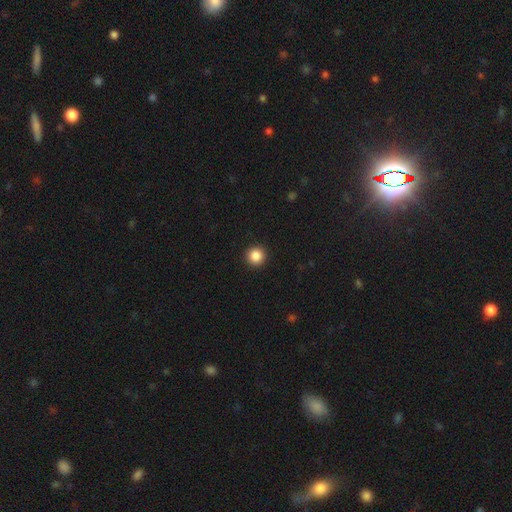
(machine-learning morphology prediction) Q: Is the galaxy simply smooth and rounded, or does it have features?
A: smooth — 87%.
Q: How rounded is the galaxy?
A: round — 96%.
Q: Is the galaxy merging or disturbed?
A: none — 93%.